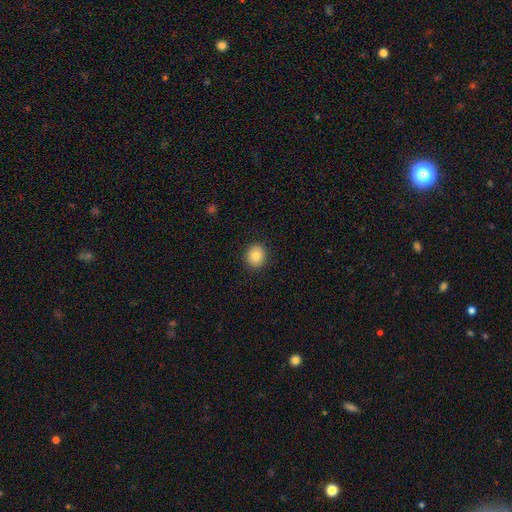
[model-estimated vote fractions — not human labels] Morphology: type=smooth (84%); roundness=round (81%); merging=none (90%).